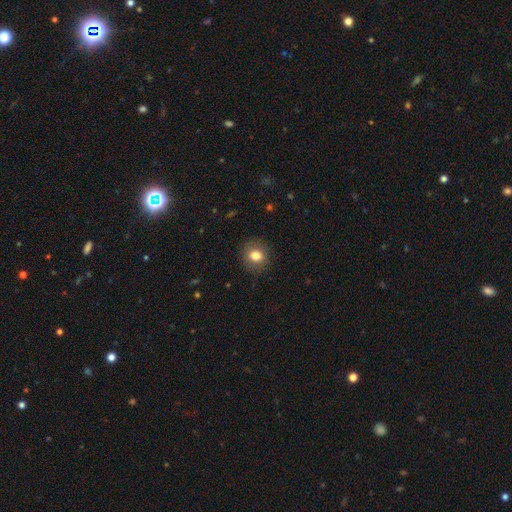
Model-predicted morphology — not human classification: The model was most divided on "how rounded": round: 79%, in between: 20%, cigar-shaped: 1%. More confident: merging — none (88%); smooth or featured — smooth (80%).